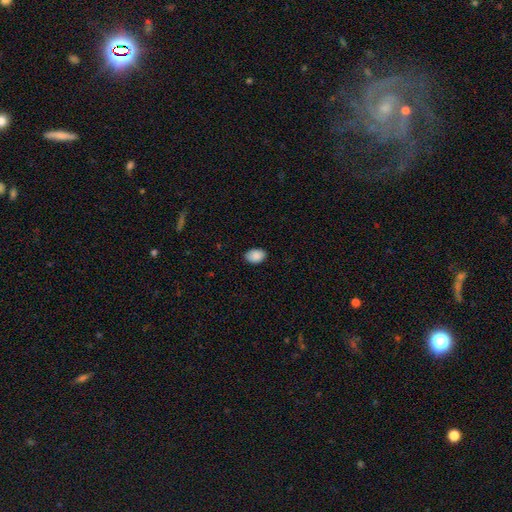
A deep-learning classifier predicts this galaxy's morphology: This appears to be a smooth galaxy with no disk features (89%) that is in between round and cigar-shaped (83%). Merging: none (84%).